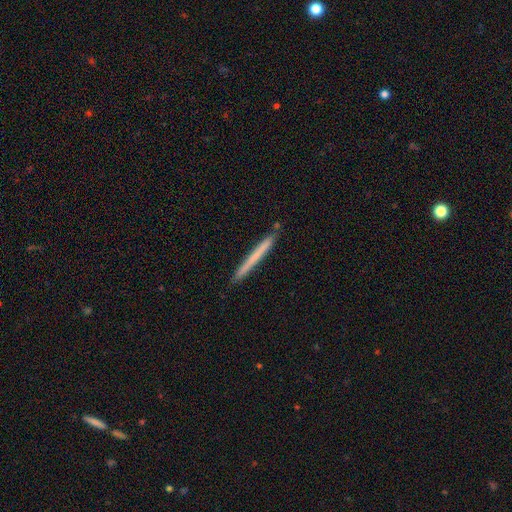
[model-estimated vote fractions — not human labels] smooth-or-featured: smooth: 61% | featured or disk: 34% | star or artifact: 5%
  how-rounded: cigar-shaped: 98% | in between: 1% | round: 1%
  merging: none: 90% | minor disturbance: 7% | merger: 2% | major disturbance: 1%